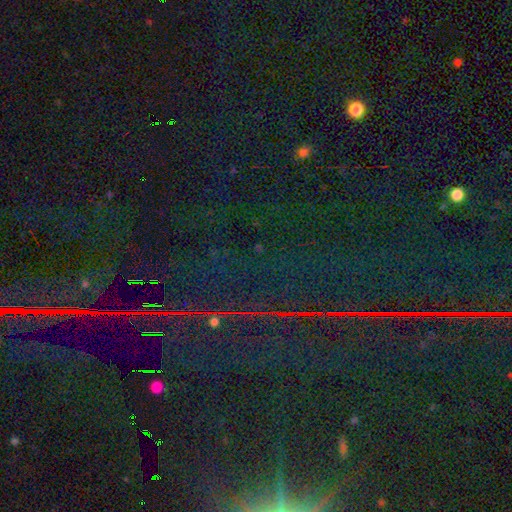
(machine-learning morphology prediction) type=star or artifact (86%).